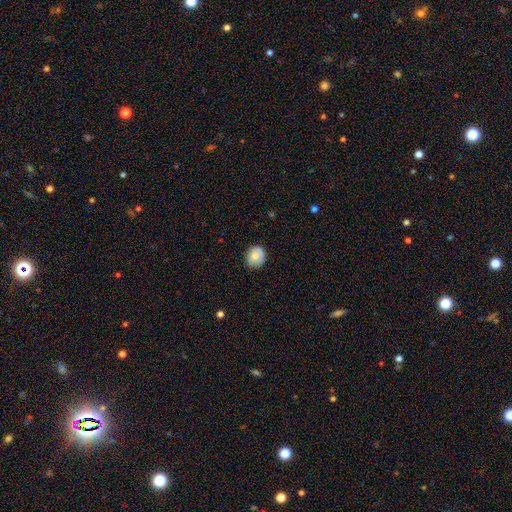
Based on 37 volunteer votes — Morphology: type=smooth (89%); roundness=round (67%); merging=none (81%).